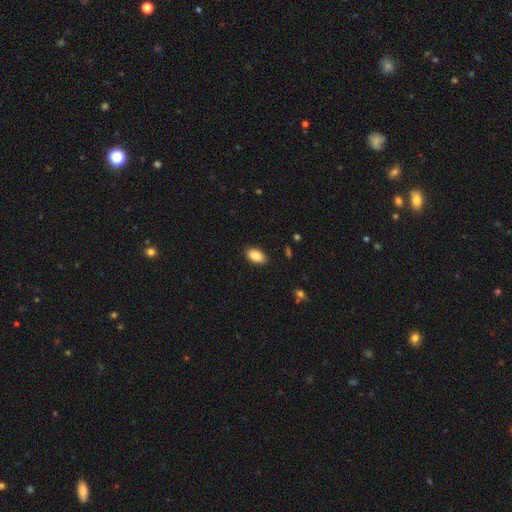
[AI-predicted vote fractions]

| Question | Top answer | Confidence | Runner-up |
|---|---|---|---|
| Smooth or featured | smooth | 88% | star or artifact (7%) |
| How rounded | in between | 93% | round (5%) |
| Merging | none | 89% | minor disturbance (8%) |